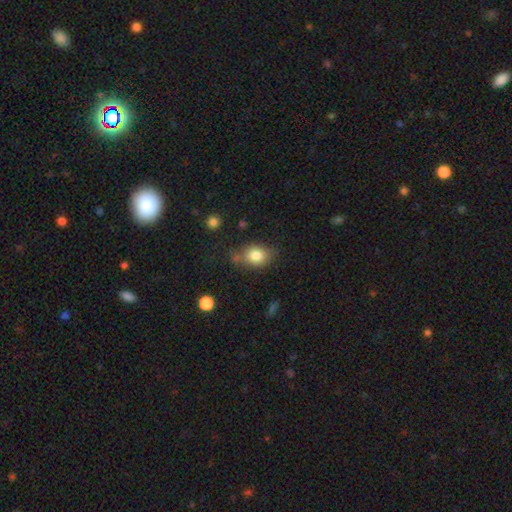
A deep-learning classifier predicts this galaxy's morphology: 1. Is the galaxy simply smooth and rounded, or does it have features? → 81% smooth, 10% featured or disk, 9% star or artifact.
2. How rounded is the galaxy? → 64% in between, 34% round, 1% cigar-shaped.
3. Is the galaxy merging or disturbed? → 64% none, 23% minor disturbance, 7% merger, 6% major disturbance.